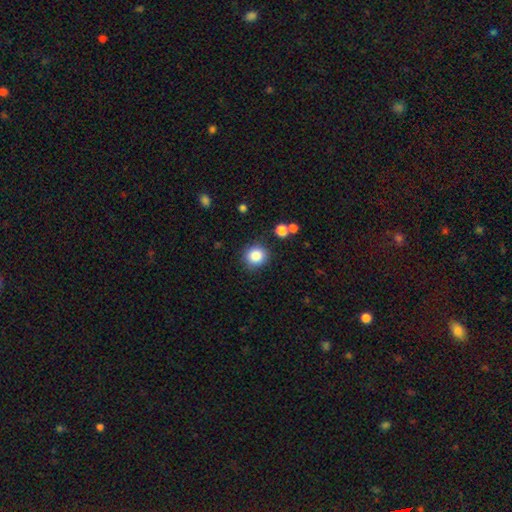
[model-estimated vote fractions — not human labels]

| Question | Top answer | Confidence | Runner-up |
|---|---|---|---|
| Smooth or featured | smooth | 86% | star or artifact (10%) |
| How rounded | round | 87% | in between (12%) |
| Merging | none | 86% | minor disturbance (8%) |